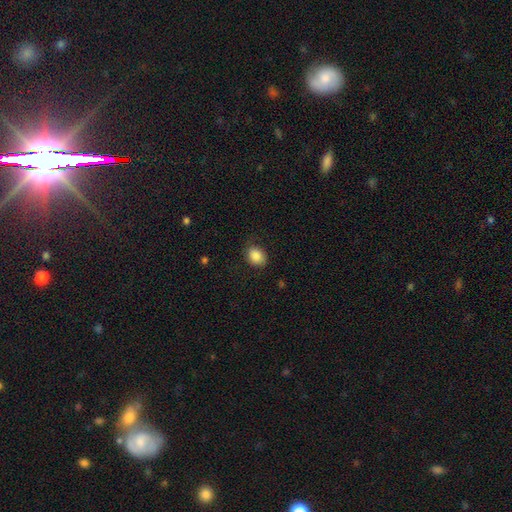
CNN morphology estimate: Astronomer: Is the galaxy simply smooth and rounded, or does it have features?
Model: smooth — 87%.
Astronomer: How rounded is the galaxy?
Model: in between — 59% (runner-up: round, 40%).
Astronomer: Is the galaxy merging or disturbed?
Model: none — 76%.